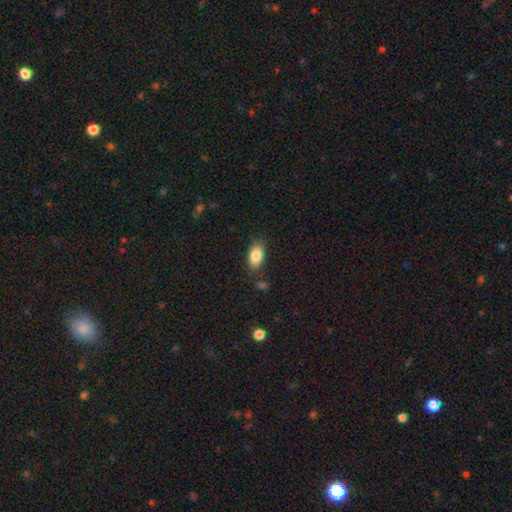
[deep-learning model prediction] A smooth galaxy with no disk features (86%) that is in between round and cigar-shaped (91%).

Vote fractions:
- Smooth or featured? smooth: 86% / star or artifact: 7% / featured or disk: 7%
- How rounded? in between: 91% / round: 5% / cigar-shaped: 4%
- Merging? none: 79% / minor disturbance: 15% / major disturbance: 3% / merger: 3%